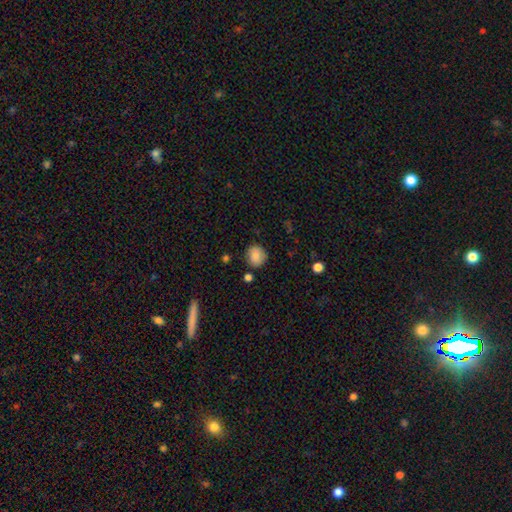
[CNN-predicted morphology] This appears to be a smooth galaxy with no disk features (84%) that is round (86%). Merging: none (83%).